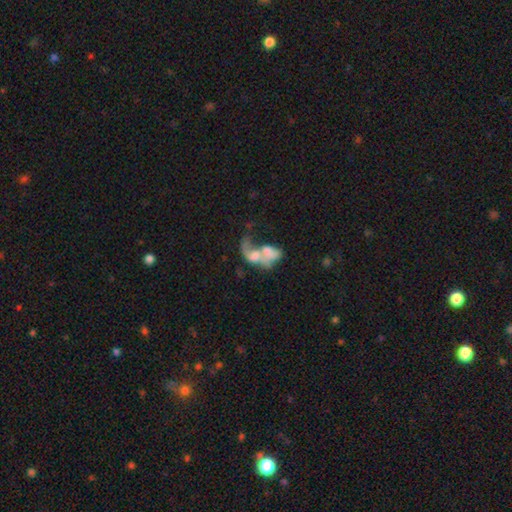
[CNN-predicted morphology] Smooth or featured? featured or disk (50%)
Edge-on disk? no (96%)
Merging? merger (67%)